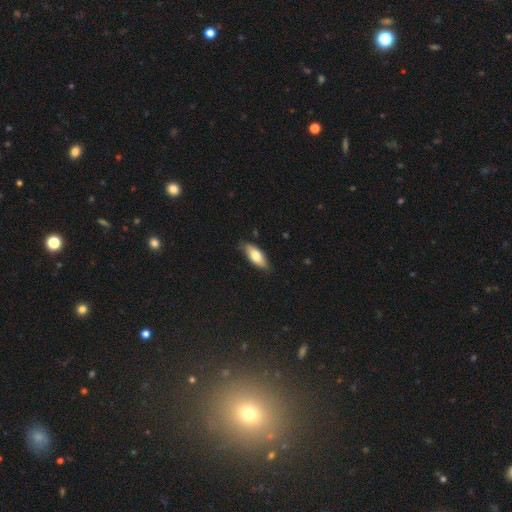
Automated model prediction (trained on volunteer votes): The model was most divided on "smooth or featured": smooth: 75%, featured or disk: 19%, star or artifact: 6%. More confident: how rounded — in between (77%); merging — none (77%).